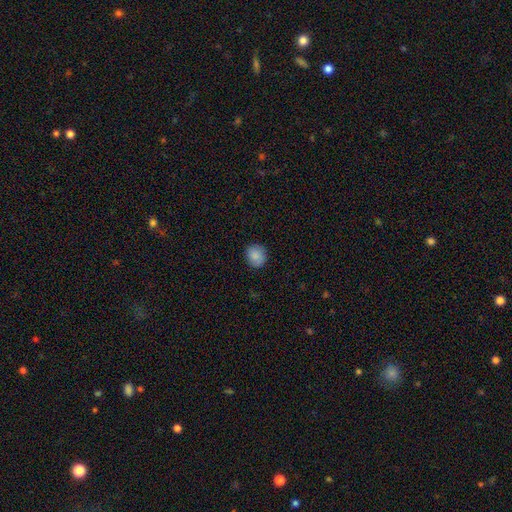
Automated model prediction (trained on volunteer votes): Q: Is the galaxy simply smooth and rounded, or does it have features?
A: smooth — 87%.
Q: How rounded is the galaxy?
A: round — 77%.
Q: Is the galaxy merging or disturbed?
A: none — 86%.